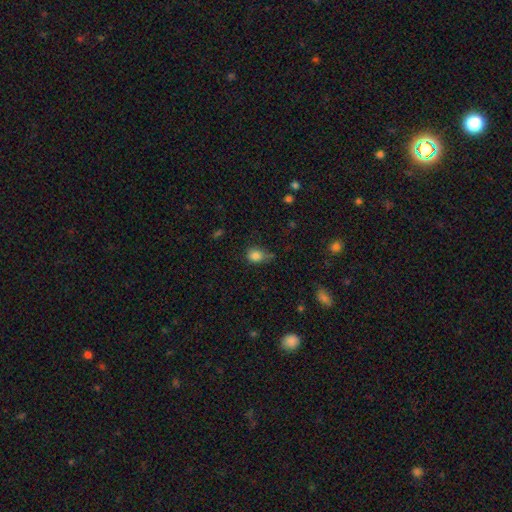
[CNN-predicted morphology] Smooth or featured? Predicted: smooth (p=0.82). How rounded? Predicted: round (p=0.58). Merging? Predicted: none (p=0.50).